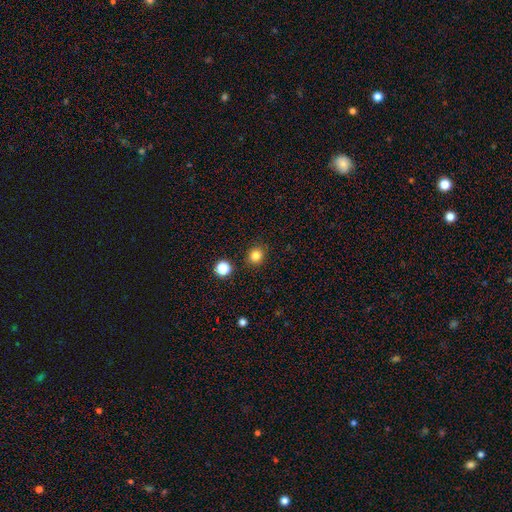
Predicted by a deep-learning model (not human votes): Smooth or featured?
  - smooth: 83% *
  - star or artifact: 13%
  - featured or disk: 5%
How rounded?
  - round: 84% *
  - in between: 15%
  - cigar-shaped: 1%
Merging?
  - none: 89% *
  - minor disturbance: 7%
  - merger: 3%
  - major disturbance: 2%